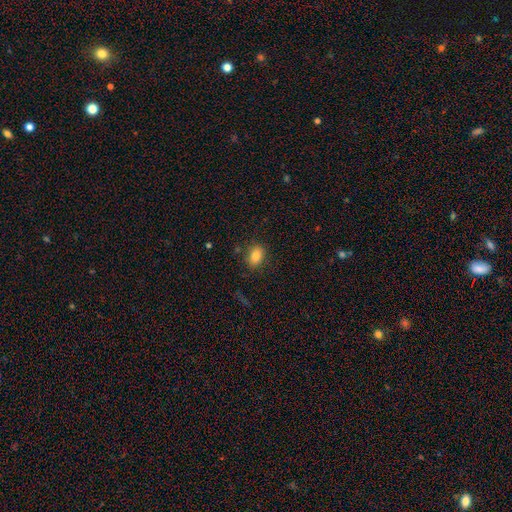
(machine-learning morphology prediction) Overall: smooth (85%). How rounded: in between (77%). Merging: none (82%).